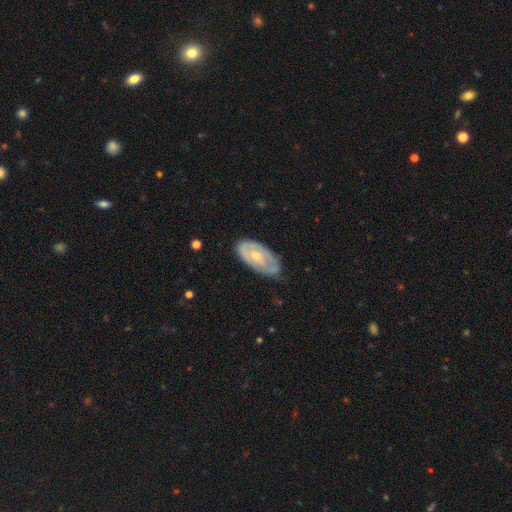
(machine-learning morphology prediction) type=featured or disk (62%); edge-on=no (92%); bar=no (71%); spiral arms=yes (65%); bulge=small (58%); merging=none (62%).